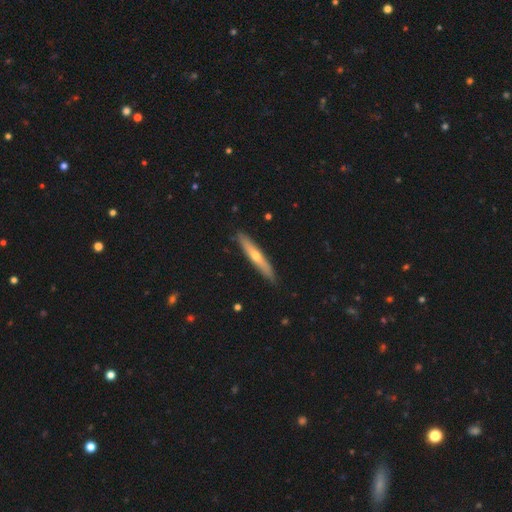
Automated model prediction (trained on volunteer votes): A featured or disk galaxy (53%) viewed edge-on (91%).

Vote fractions:
- Smooth or featured? featured or disk: 53% / smooth: 42% / star or artifact: 5%
- Edge-on disk? yes: 91% / no: 9%
- Merging? none: 89% / minor disturbance: 8% / major disturbance: 1% / merger: 1%